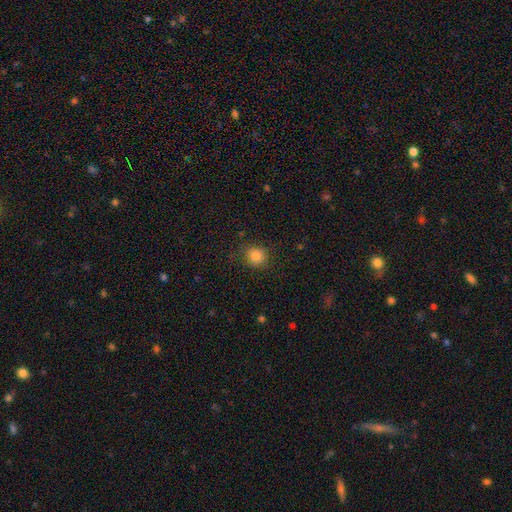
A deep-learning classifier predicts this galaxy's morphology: smooth 85%, star or artifact 11%, featured or disk 4%. Down the decision tree: how rounded — round (87%); merging — none (84%).